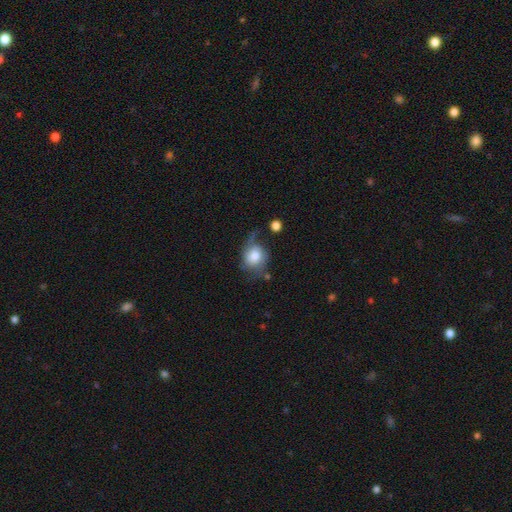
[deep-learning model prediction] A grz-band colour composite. It shows a smooth galaxy with no disk features (59%) that is round (64%). Merging: none (40%).